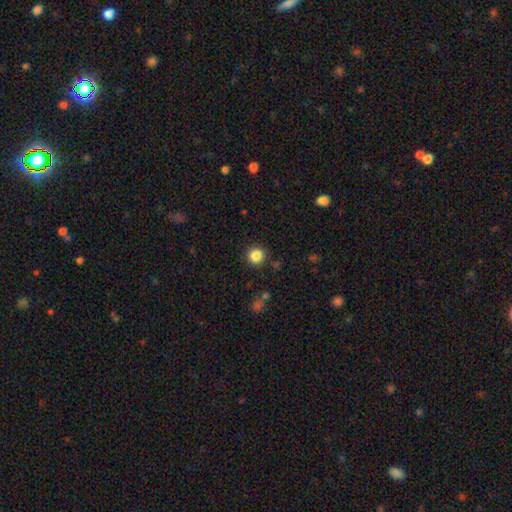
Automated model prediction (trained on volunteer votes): The model was most divided on "smooth or featured": smooth: 86%, star or artifact: 11%, featured or disk: 4%. More confident: how rounded — round (93%); merging — none (89%).